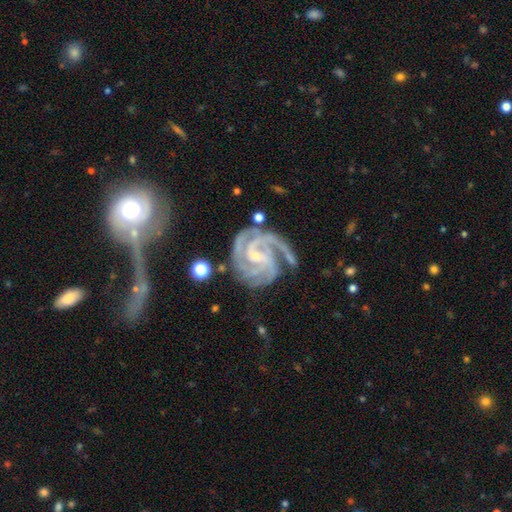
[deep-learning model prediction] This appears to be a featured or disk galaxy (93%) with a weak bar (41%), 3 (40%) tight (67%) spiral arms (99%) and a small central bulge (74%). Merging: none (66%).